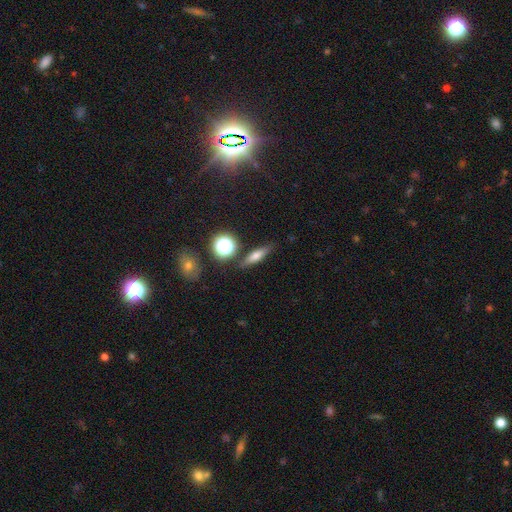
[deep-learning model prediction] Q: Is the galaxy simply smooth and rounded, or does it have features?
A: smooth — 57%.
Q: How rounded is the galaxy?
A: cigar-shaped — 59%.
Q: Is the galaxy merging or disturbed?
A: none — 82%.